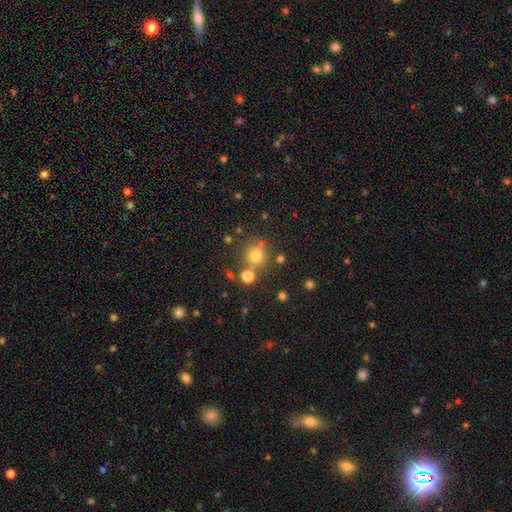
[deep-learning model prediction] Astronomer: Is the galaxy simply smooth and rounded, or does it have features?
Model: smooth — 72%.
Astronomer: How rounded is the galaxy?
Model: round — 86%.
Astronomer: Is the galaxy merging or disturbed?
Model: none — 67%.